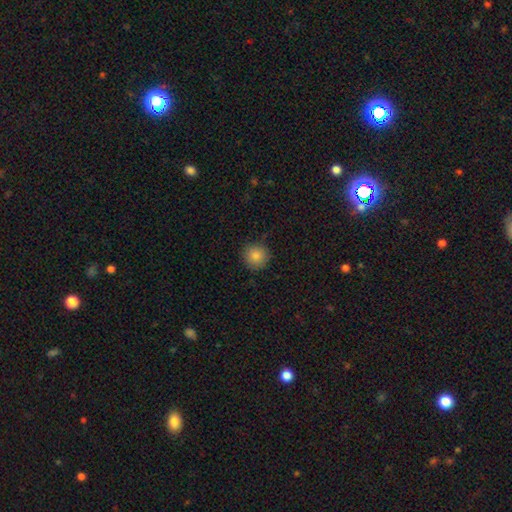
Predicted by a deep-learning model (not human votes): Q: Smooth or featured?
A: smooth (86%); runner-up: star or artifact (10%)
Q: How rounded?
A: round (94%); runner-up: in between (5%)
Q: Merging?
A: none (89%); runner-up: minor disturbance (8%)